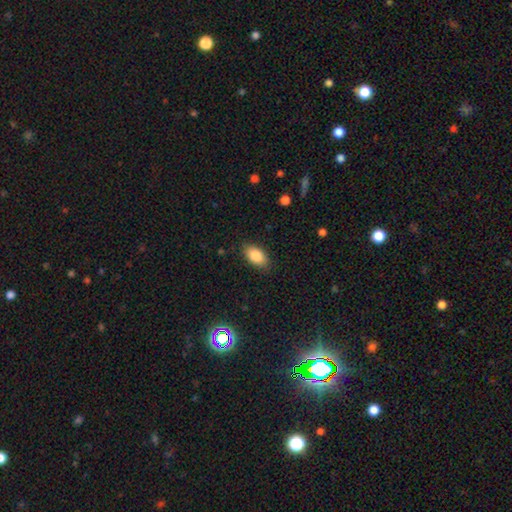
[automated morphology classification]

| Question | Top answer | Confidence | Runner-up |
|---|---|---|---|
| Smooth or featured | smooth | 85% | star or artifact (8%) |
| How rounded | in between | 92% | round (5%) |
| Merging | none | 86% | minor disturbance (10%) |